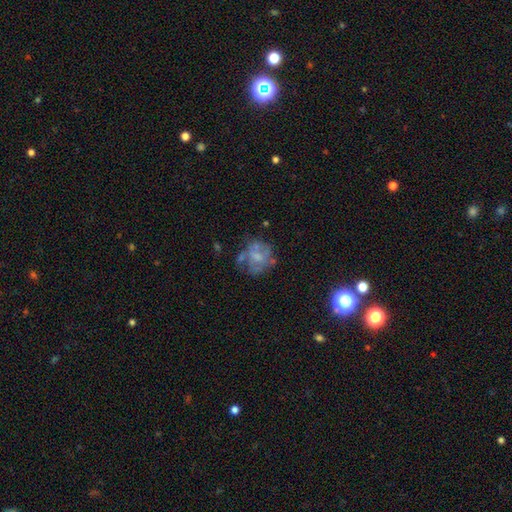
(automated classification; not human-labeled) Overall: featured or disk (55%; smooth 32%). Edge-on disk: no (98%). Bar: no (74%). Spiral arms: no (71%). Bulge size: moderate (34%; small 33%). Merging: none (50%; minor disturbance 21%).